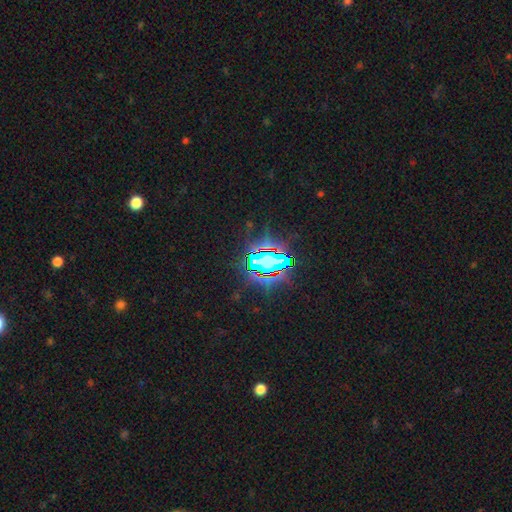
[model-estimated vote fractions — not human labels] Q: Smooth or featured?
A: star or artifact (80%); runner-up: smooth (11%)